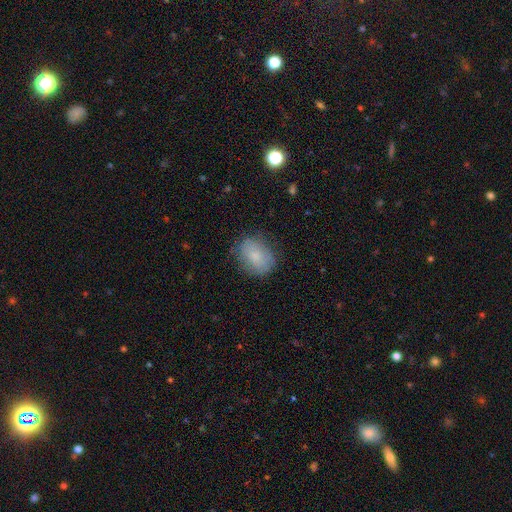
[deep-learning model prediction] Smooth or featured? smooth (80%)
How rounded? in between (59%)
Merging? none (77%)